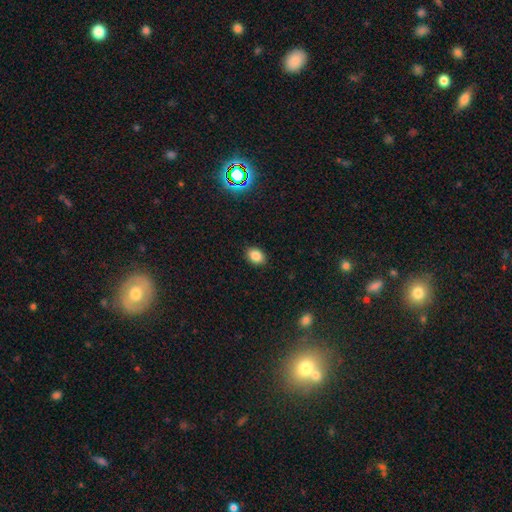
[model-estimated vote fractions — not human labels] Smooth or featured?
  - smooth: 85% *
  - star or artifact: 11%
  - featured or disk: 4%
How rounded?
  - in between: 70% *
  - round: 29%
  - cigar-shaped: 1%
Merging?
  - none: 88% *
  - minor disturbance: 9%
  - major disturbance: 2%
  - merger: 1%